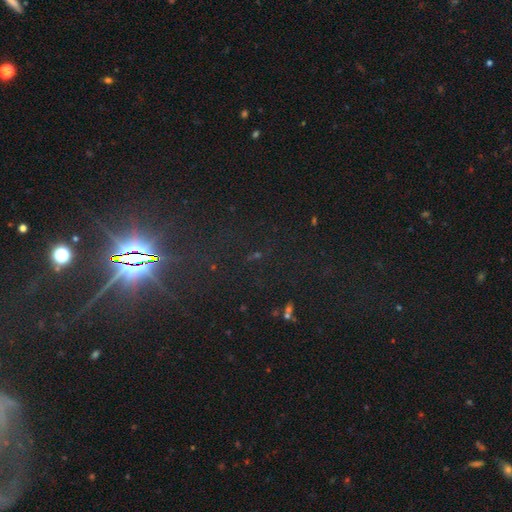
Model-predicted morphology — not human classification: Smooth or featured? Predicted: star or artifact (p=0.81).